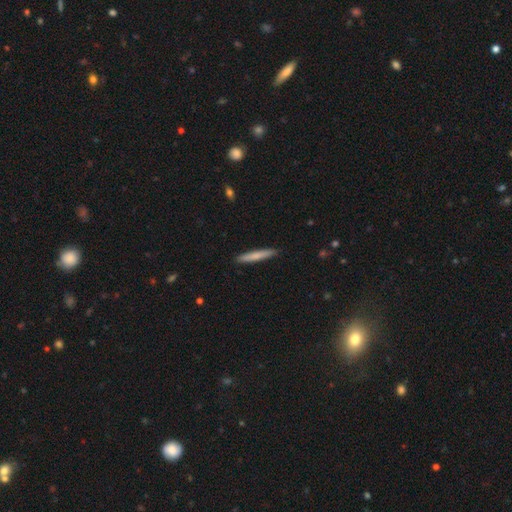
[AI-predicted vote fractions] The model was most divided on "smooth or featured": smooth: 74%, featured or disk: 20%, star or artifact: 5%. More confident: how rounded — cigar-shaped (95%); merging — none (91%).